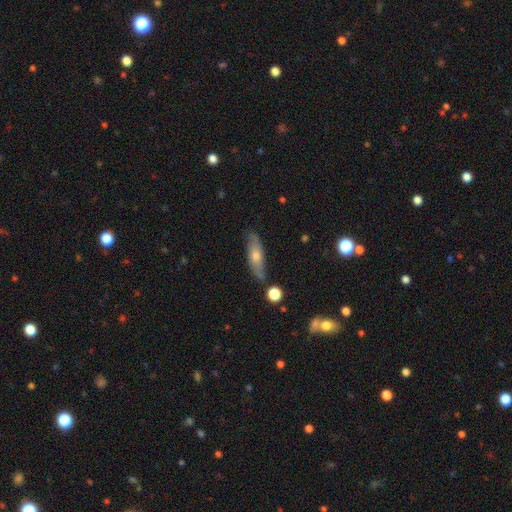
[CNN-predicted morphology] smooth-or-featured: featured or disk: 49% | smooth: 43% | star or artifact: 8%
  merging: none: 77% | minor disturbance: 16% | major disturbance: 4% | merger: 3%